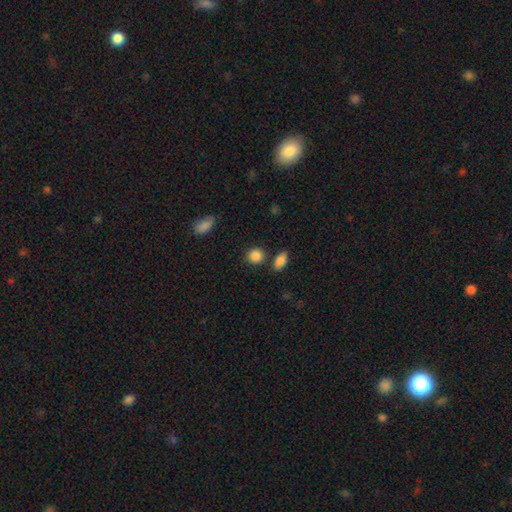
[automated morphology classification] A smooth galaxy with no disk features (87%) that is round (80%).

Vote fractions:
- Smooth or featured? smooth: 87% / star or artifact: 9% / featured or disk: 4%
- How rounded? round: 80% / in between: 19% / cigar-shaped: 1%
- Merging? none: 79% / minor disturbance: 10% / merger: 8% / major disturbance: 3%